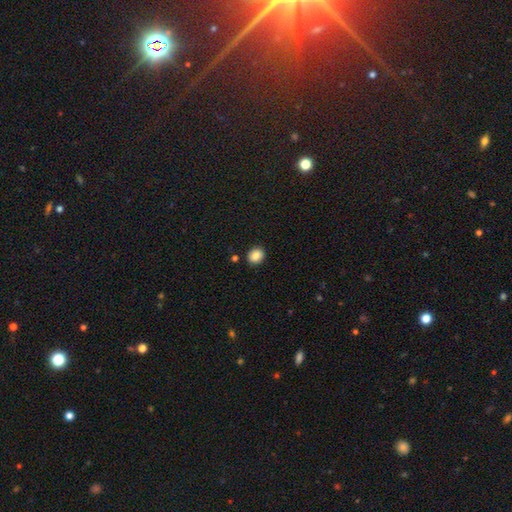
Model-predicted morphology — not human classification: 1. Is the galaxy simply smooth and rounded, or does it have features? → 87% smooth, 9% star or artifact, 4% featured or disk.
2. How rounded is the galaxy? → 60% round, 39% in between, 1% cigar-shaped.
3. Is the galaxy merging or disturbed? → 88% none, 8% minor disturbance, 2% merger, 2% major disturbance.